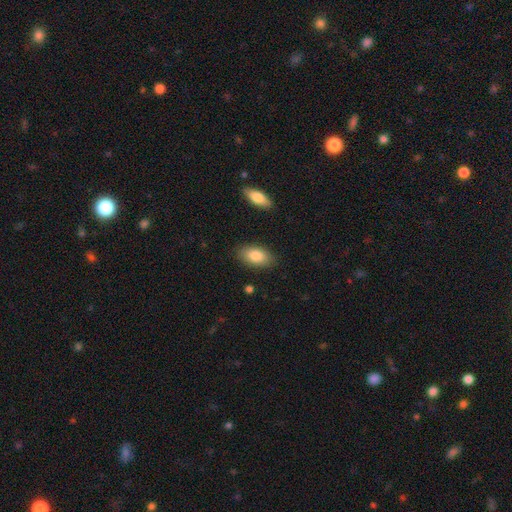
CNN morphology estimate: smooth 84%, featured or disk 9%, star or artifact 6%. Down the decision tree: how rounded — in between (92%); merging — none (86%).